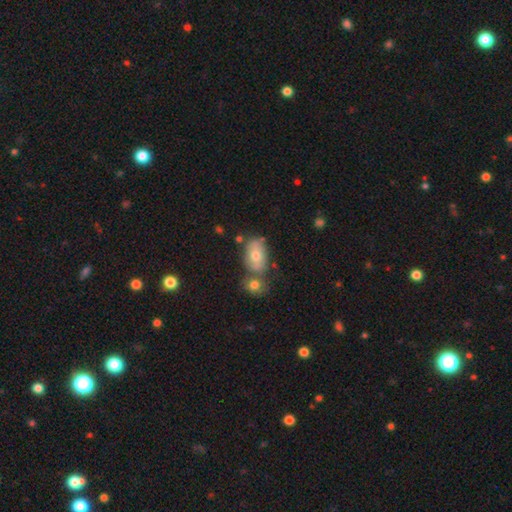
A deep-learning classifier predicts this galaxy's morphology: Q: Smooth or featured?
A: smooth (65%); runner-up: featured or disk (25%)
Q: How rounded?
A: in between (85%); runner-up: round (13%)
Q: Merging?
A: none (51%); runner-up: merger (28%)